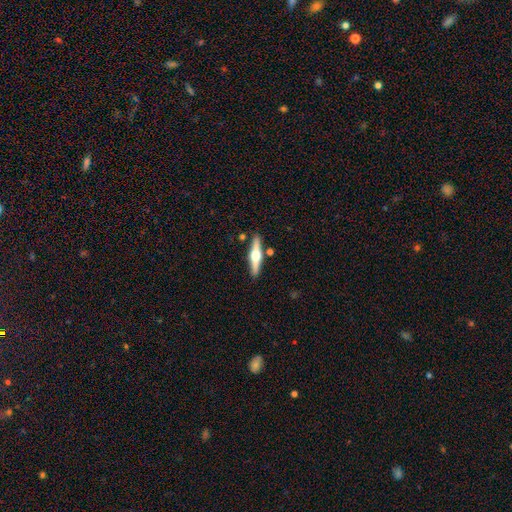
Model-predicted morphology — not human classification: Smooth or featured? Predicted: featured or disk (p=0.69). Edge-on disk? Predicted: yes (p=0.97). Edge-on bulge? Predicted: rounded (p=0.96). Merging? Predicted: none (p=0.87).